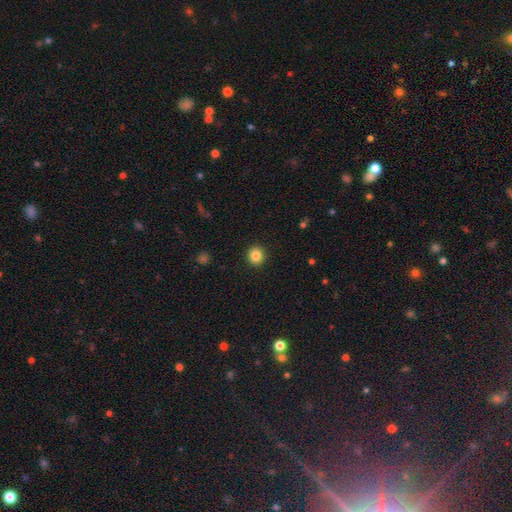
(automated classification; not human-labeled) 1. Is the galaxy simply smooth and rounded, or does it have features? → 85% smooth, 10% star or artifact, 5% featured or disk.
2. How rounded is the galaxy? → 89% round, 10% in between, 1% cigar-shaped.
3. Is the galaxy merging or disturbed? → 92% none, 5% minor disturbance, 2% major disturbance, 1% merger.